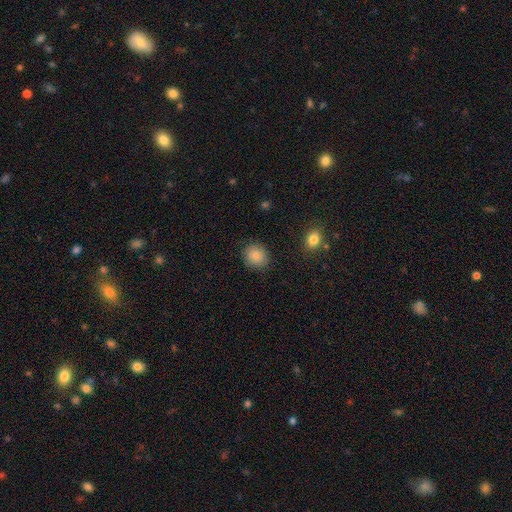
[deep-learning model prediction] Morphology: type=smooth (85%); roundness=round (77%); merging=none (87%).